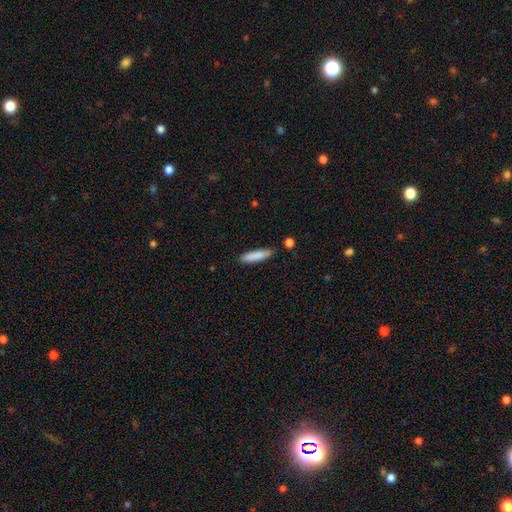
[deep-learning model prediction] Morphology: type=smooth (83%); roundness=cigar-shaped (79%); merging=none (78%).